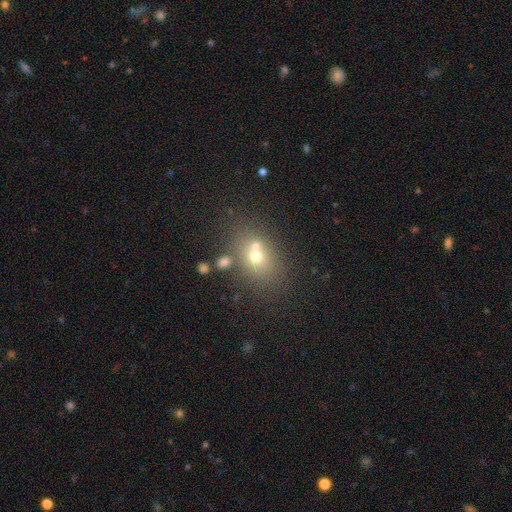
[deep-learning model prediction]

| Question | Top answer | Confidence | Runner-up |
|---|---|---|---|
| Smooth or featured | smooth | 62% | featured or disk (22%) |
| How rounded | in between | 53% | round (45%) |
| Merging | none | 48% | merger (37%) |